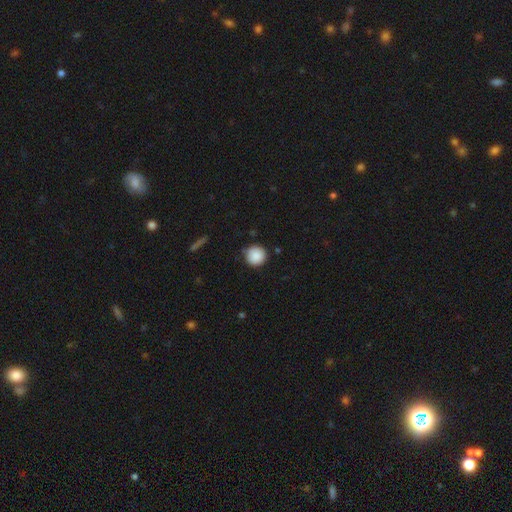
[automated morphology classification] smooth-or-featured: smooth: 89% | star or artifact: 8% | featured or disk: 3%
  how-rounded: round: 95% | in between: 4% | cigar-shaped: 1%
  merging: none: 87% | minor disturbance: 10% | major disturbance: 2% | merger: 2%